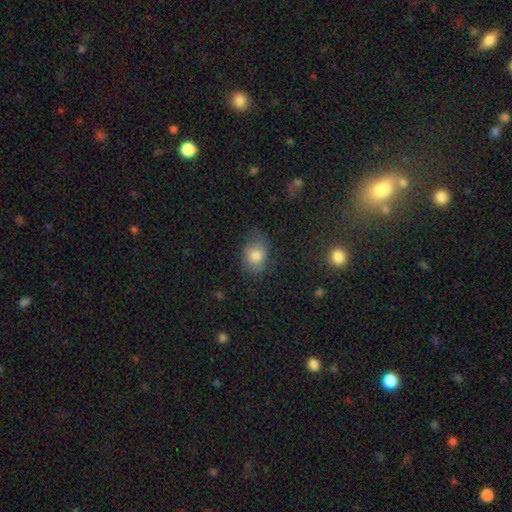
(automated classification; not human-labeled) smooth 79%, featured or disk 11%, star or artifact 10%. Down the decision tree: how rounded — in between (65%); merging — none (59%).